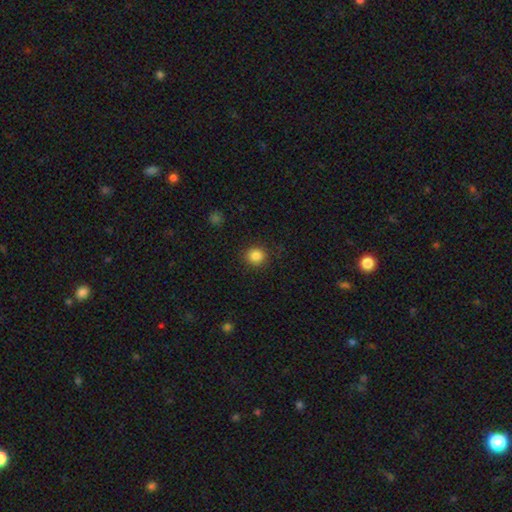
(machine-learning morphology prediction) Smooth or featured? smooth (85%)
How rounded? round (90%)
Merging? none (90%)